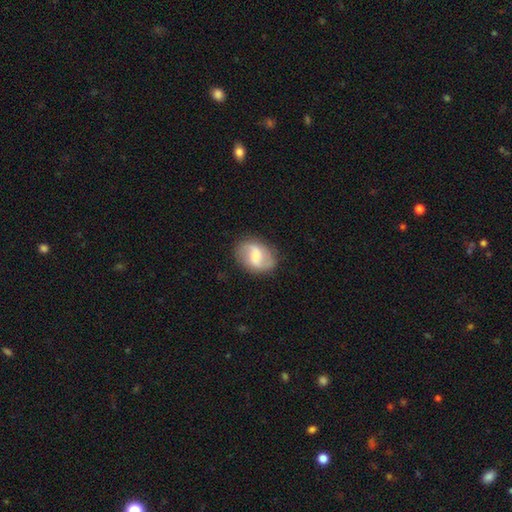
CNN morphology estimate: A featured or disk galaxy (67%) with a weak bar (53%), 2 (89%) loose (54%) spiral arms (89%) and a small central bulge (43%). Merging: none (81%).